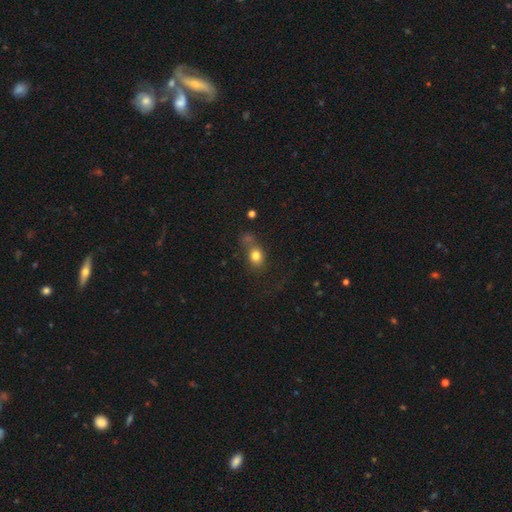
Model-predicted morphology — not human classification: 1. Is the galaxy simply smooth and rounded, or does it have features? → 79% smooth, 12% star or artifact, 9% featured or disk.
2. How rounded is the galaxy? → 57% round, 42% in between, 2% cigar-shaped.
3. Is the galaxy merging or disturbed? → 50% none, 21% merger, 18% minor disturbance, 10% major disturbance.